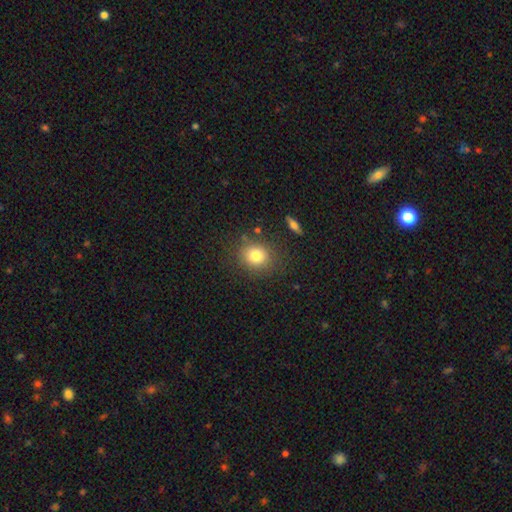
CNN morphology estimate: Smooth or featured: smooth — 80% (star or artifact — 11%)
How rounded: round — 74% (in between — 25%)
Merging: none — 82% (minor disturbance — 11%)